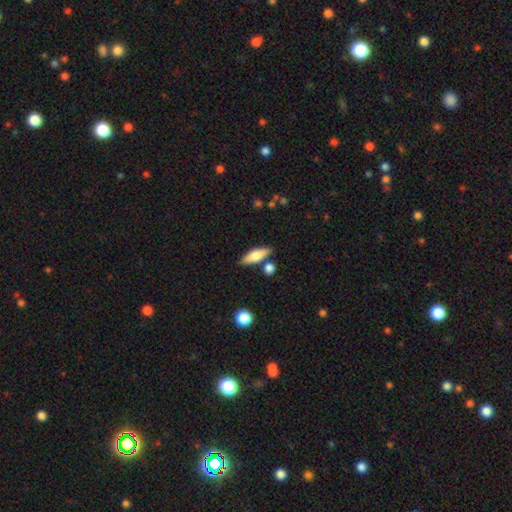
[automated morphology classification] The model was most divided on "how rounded": in between: 52%, cigar-shaped: 45%, round: 3%. More confident: merging — none (76%); smooth or featured — smooth (68%).